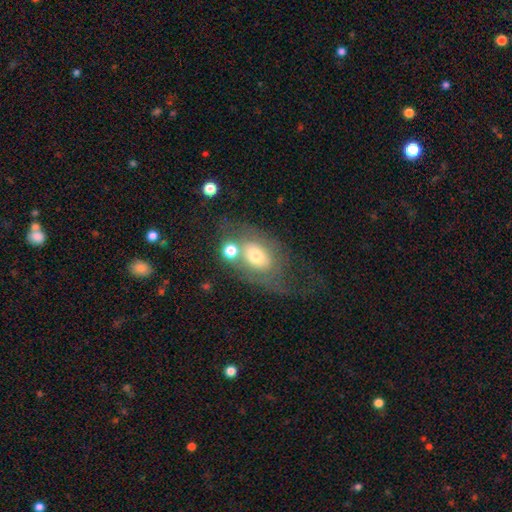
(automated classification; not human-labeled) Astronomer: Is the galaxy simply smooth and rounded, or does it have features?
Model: smooth — 50% (runner-up: featured or disk, 39%).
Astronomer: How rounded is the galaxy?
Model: in between — 74%.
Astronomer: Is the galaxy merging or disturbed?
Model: none — 33% (runner-up: merger, 25%).